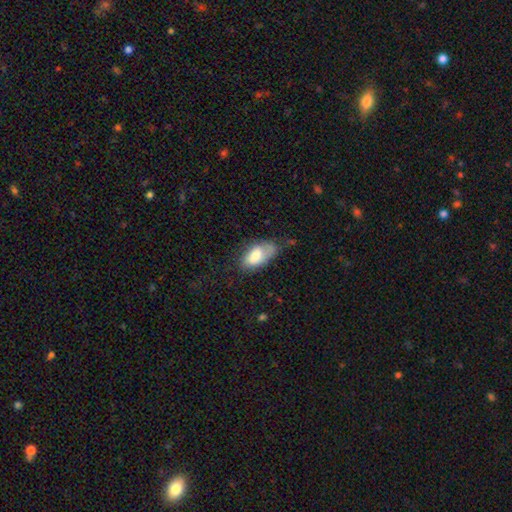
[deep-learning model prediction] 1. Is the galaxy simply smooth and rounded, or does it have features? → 73% smooth, 20% featured or disk, 7% star or artifact.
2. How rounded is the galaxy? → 92% in between, 5% cigar-shaped, 3% round.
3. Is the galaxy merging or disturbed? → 44% none, 36% minor disturbance, 16% major disturbance, 4% merger.